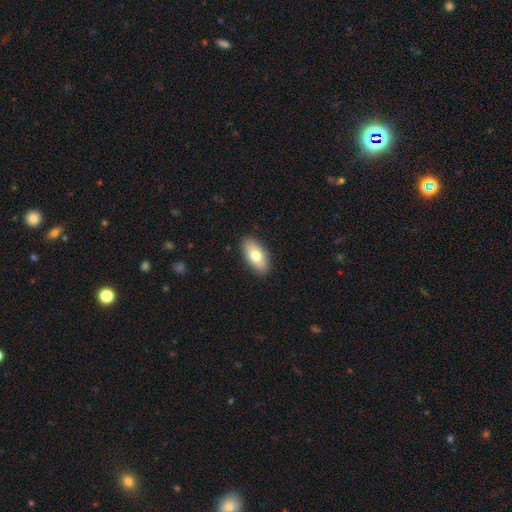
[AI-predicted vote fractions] Morphology: type=smooth (75%); roundness=in between (91%); merging=none (89%).